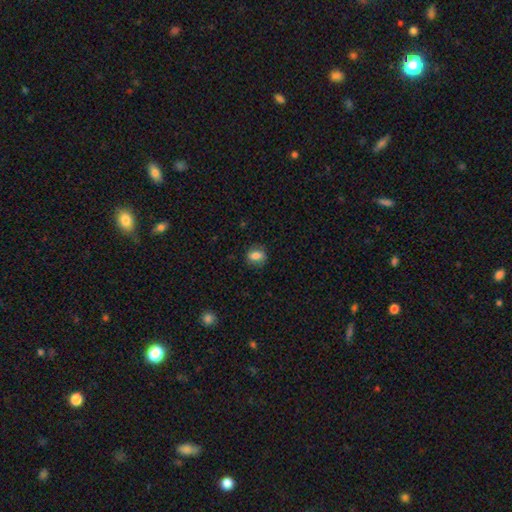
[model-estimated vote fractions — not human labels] This appears to be a smooth galaxy with no disk features (78%) that is in between round and cigar-shaped (59%). Merging: none (79%).